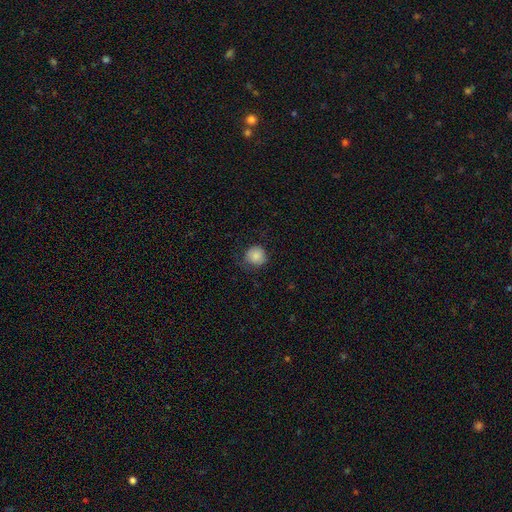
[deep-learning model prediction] Q: Smooth or featured?
A: smooth (84%); runner-up: star or artifact (9%)
Q: How rounded?
A: round (90%); runner-up: in between (9%)
Q: Merging?
A: none (71%); runner-up: minor disturbance (20%)